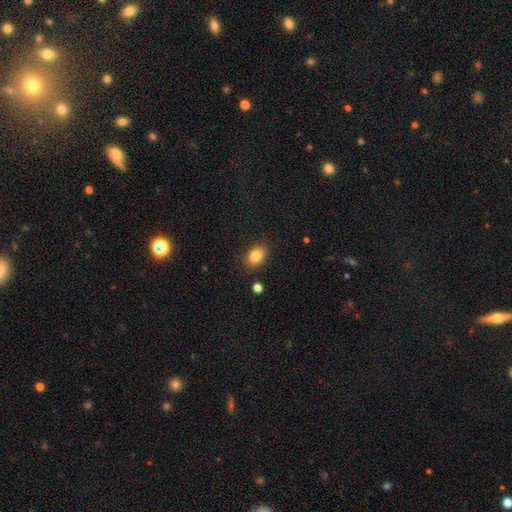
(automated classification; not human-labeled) Smooth or featured: smooth — 83% (star or artifact — 10%)
How rounded: in between — 57% (round — 42%)
Merging: none — 86% (minor disturbance — 9%)